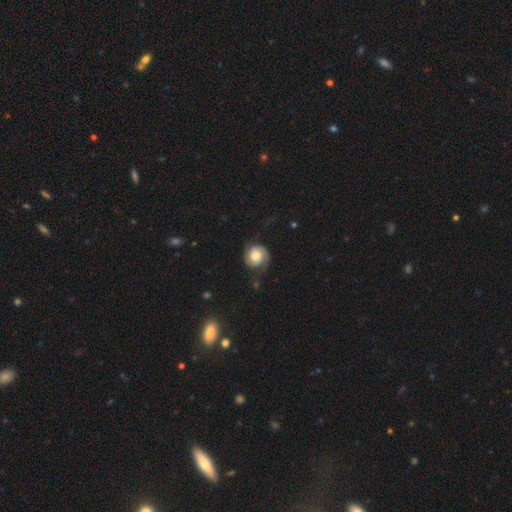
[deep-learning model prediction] Smooth or featured? Predicted: featured or disk (p=0.70). Edge-on disk? Predicted: no (p=0.98). Bar? Predicted: no (p=0.73). Spiral arms? Predicted: yes (p=0.94). Spiral winding? Predicted: tight (p=0.54). Spiral arm count? Predicted: 2 (p=0.79). Bulge size? Predicted: moderate (p=0.56). Merging? Predicted: none (p=0.70).